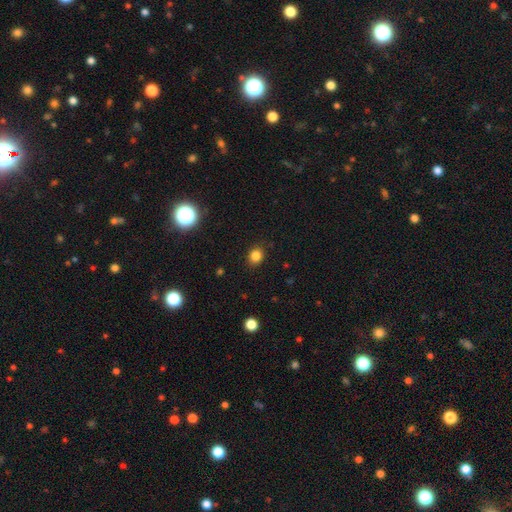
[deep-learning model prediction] Smooth or featured: smooth — 83% (star or artifact — 13%)
How rounded: round — 74% (in between — 25%)
Merging: none — 88% (minor disturbance — 8%)